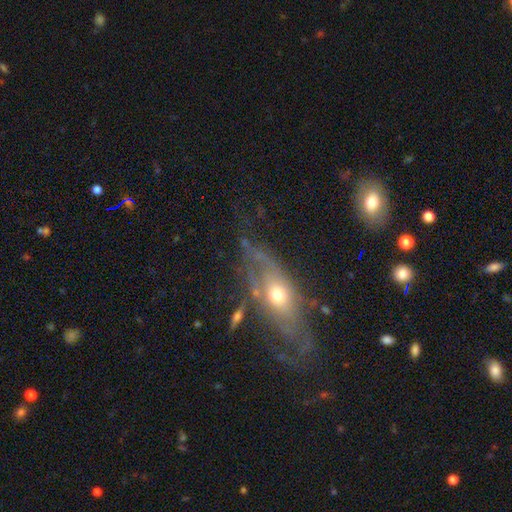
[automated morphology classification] The model was most divided on "spiral arms": yes: 64%, no: 36%. More confident: bar — no (78%); edge-on disk — no (73%); smooth or featured — featured or disk (70%); bulge size — moderate (63%); merging — none (52%).